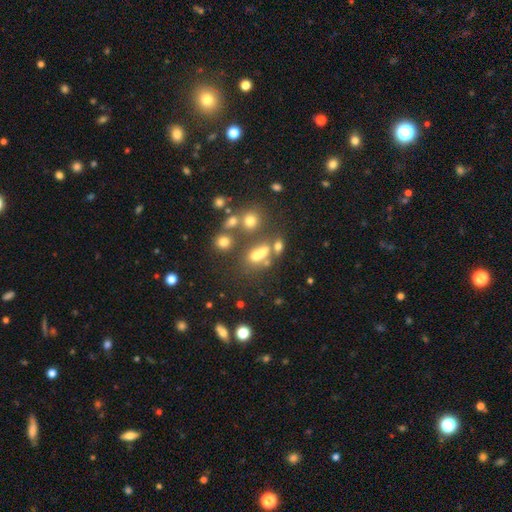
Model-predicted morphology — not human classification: A smooth galaxy with no disk features (45%). Merging: none (54%).